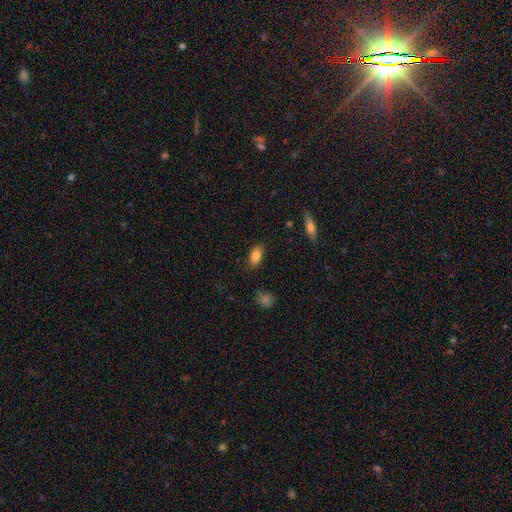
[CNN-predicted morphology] Smooth or featured: smooth — 83% (featured or disk — 8%)
How rounded: in between — 89% (cigar-shaped — 6%)
Merging: none — 84% (minor disturbance — 12%)